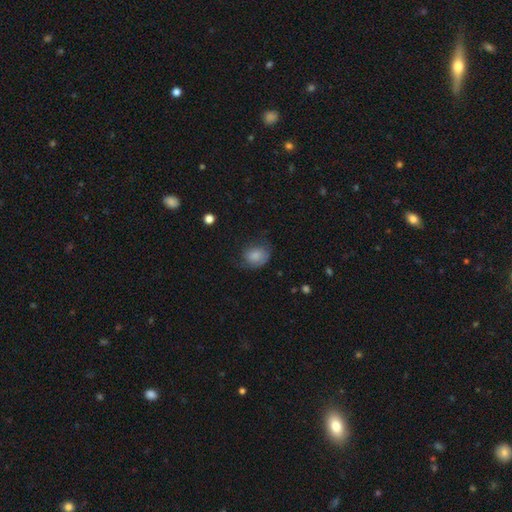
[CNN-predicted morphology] Smooth or featured? Predicted: smooth (p=0.75). How rounded? Predicted: in between (p=0.51). Merging? Predicted: none (p=0.53).